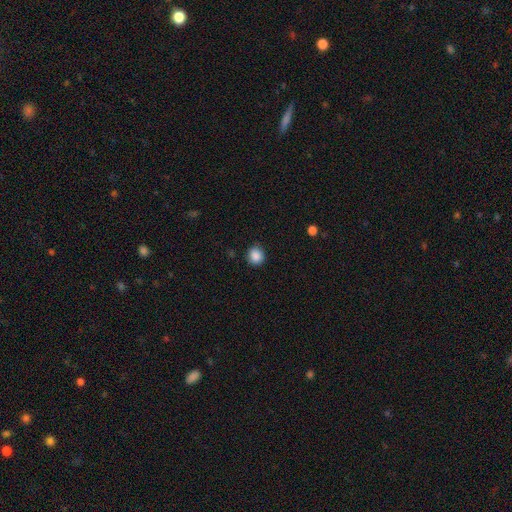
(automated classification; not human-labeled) Smooth or featured?
  - smooth: 87% *
  - star or artifact: 9%
  - featured or disk: 3%
How rounded?
  - round: 84% *
  - in between: 15%
  - cigar-shaped: 1%
Merging?
  - none: 86% *
  - minor disturbance: 10%
  - major disturbance: 3%
  - merger: 1%